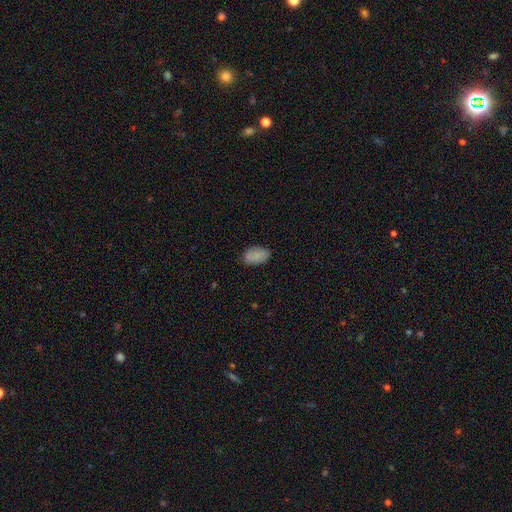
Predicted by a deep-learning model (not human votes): Smooth or featured?
  - smooth: 85% *
  - featured or disk: 8%
  - star or artifact: 8%
How rounded?
  - in between: 93% *
  - round: 6%
  - cigar-shaped: 1%
Merging?
  - none: 78% *
  - minor disturbance: 17%
  - major disturbance: 3%
  - merger: 2%